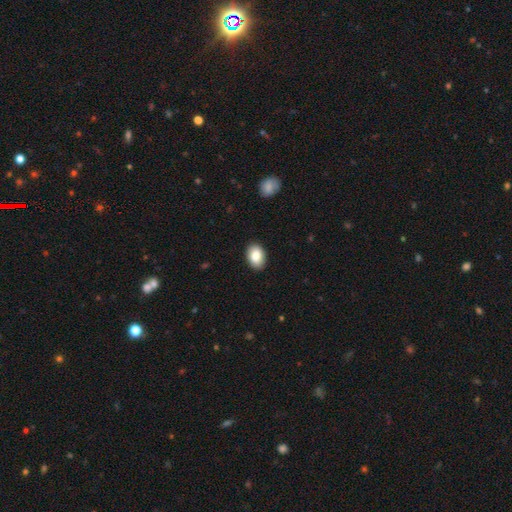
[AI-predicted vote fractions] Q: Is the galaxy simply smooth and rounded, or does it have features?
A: smooth — 85%.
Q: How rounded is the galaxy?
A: in between — 87%.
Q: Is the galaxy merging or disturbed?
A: none — 89%.